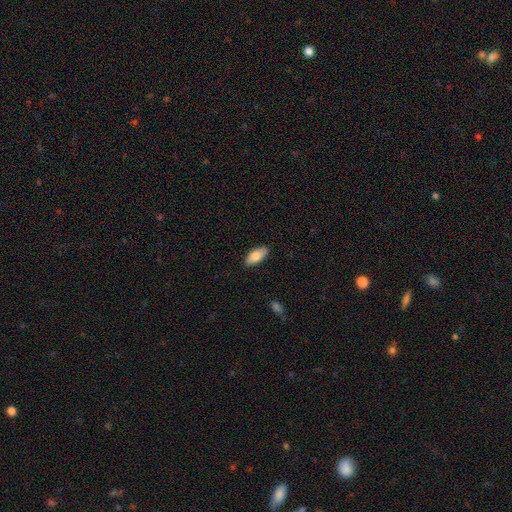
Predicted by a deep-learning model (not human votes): Smooth or featured: smooth — 81% (featured or disk — 13%)
How rounded: in between — 90% (cigar-shaped — 8%)
Merging: none — 88% (minor disturbance — 9%)